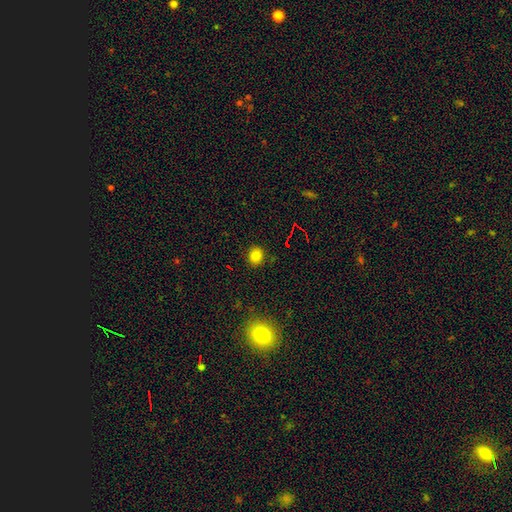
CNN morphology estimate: This is likely a smooth galaxy (80%). How rounded: likely round (75%). Merging: clearly none (87%).